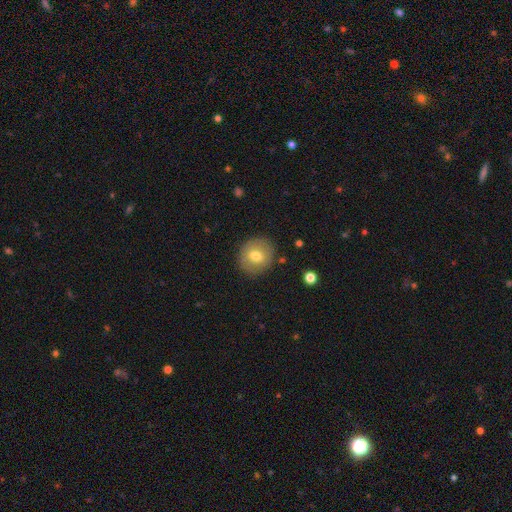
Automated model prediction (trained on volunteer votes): smooth-or-featured: smooth: 71% | featured or disk: 20% | star or artifact: 9%
  how-rounded: round: 87% | in between: 12% | cigar-shaped: 1%
  merging: none: 87% | minor disturbance: 9% | major disturbance: 3% | merger: 1%